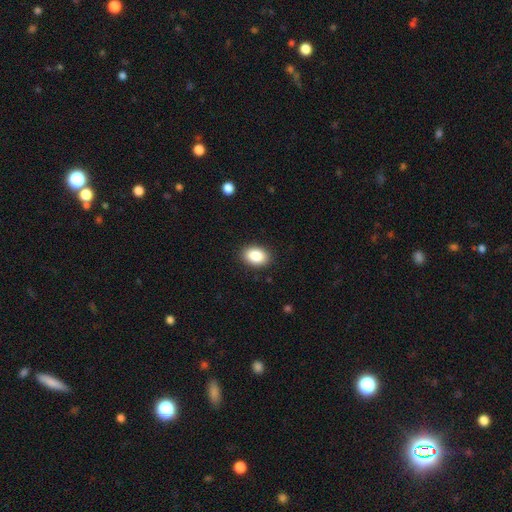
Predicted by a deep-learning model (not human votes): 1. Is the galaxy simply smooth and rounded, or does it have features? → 87% smooth, 8% star or artifact, 5% featured or disk.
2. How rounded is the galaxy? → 83% in between, 16% round, 1% cigar-shaped.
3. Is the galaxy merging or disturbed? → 89% none, 8% minor disturbance, 2% major disturbance, 1% merger.